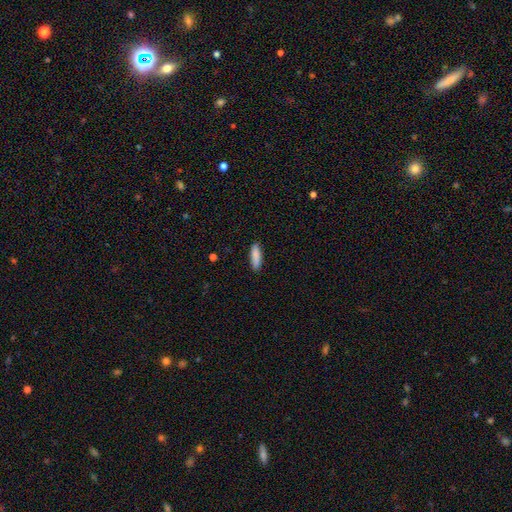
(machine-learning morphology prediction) Overall: smooth (87%). How rounded: cigar-shaped (60%; in between 39%). Merging: none (87%).